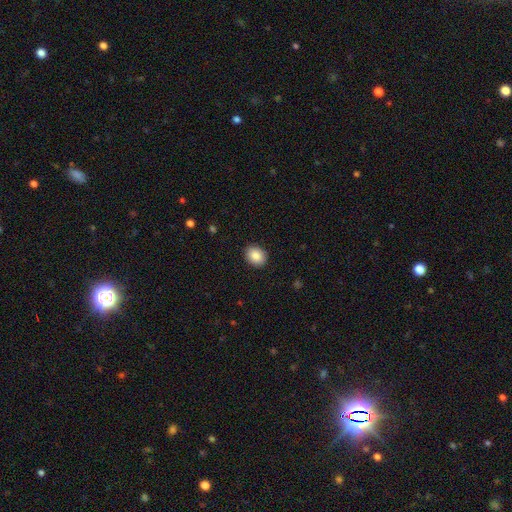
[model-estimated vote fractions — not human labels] Smooth or featured?
  - smooth: 88% *
  - star or artifact: 8%
  - featured or disk: 4%
How rounded?
  - in between: 52% *
  - round: 47%
  - cigar-shaped: 1%
Merging?
  - none: 90% *
  - minor disturbance: 7%
  - major disturbance: 2%
  - merger: 1%